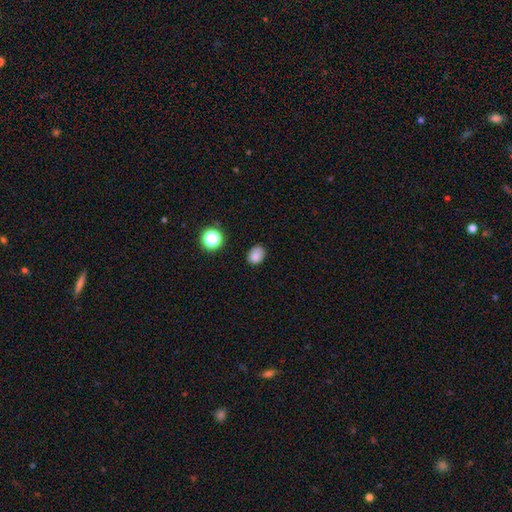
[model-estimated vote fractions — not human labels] The model was most divided on "how rounded": in between: 59%, round: 40%, cigar-shaped: 1%. More confident: smooth or featured — smooth (81%); merging — none (77%).